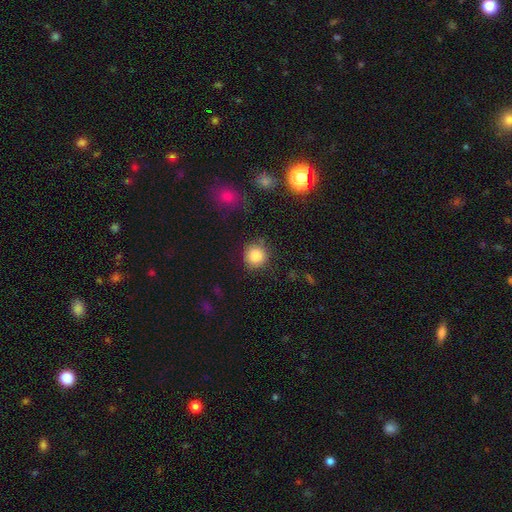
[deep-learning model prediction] Morphology: type=smooth (86%); roundness=round (92%); merging=none (83%).